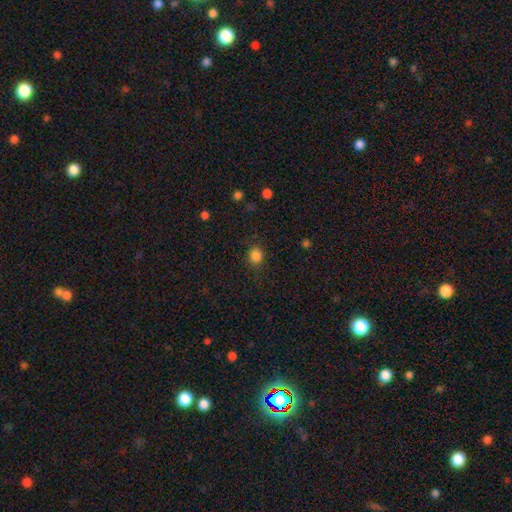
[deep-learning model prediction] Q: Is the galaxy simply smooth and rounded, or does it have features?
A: smooth — 85%.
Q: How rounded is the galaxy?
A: round — 73%.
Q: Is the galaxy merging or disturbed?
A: none — 85%.